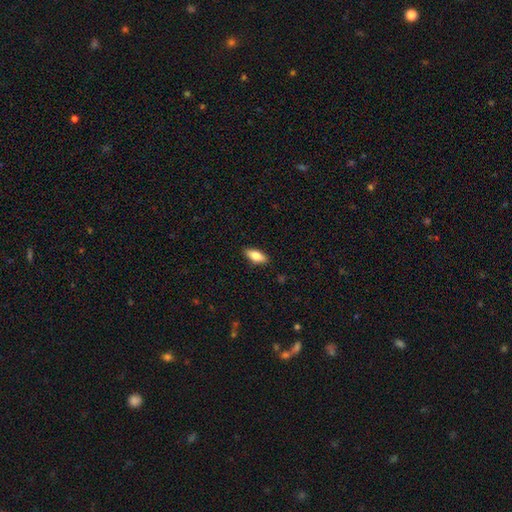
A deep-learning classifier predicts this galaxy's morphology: smooth-or-featured: smooth: 76% | featured or disk: 18% | star or artifact: 6%
  how-rounded: in between: 79% | cigar-shaped: 18% | round: 3%
  merging: none: 89% | minor disturbance: 8% | major disturbance: 2% | merger: 1%